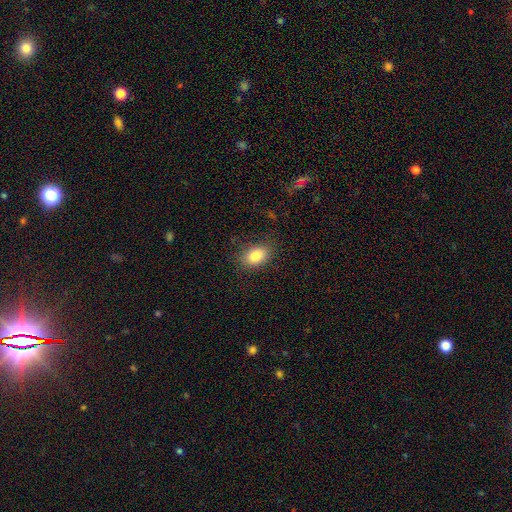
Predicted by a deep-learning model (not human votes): A smooth galaxy with no disk features (84%) that is in between round and cigar-shaped (83%).

Vote fractions:
- Smooth or featured? smooth: 84% / star or artifact: 9% / featured or disk: 7%
- How rounded? in between: 83% / round: 16% / cigar-shaped: 2%
- Merging? none: 77% / minor disturbance: 16% / major disturbance: 5% / merger: 1%